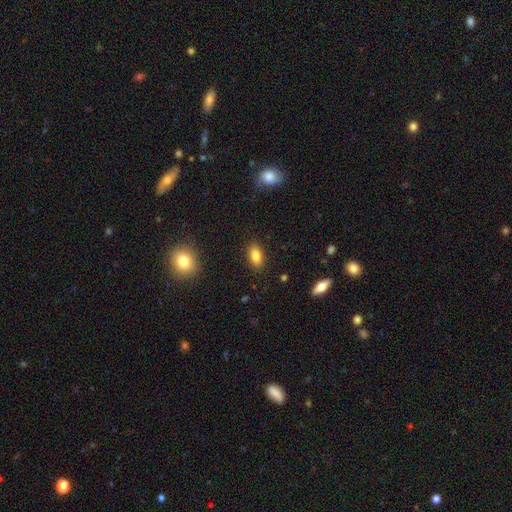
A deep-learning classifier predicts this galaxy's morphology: Smooth or featured: smooth — 83% (star or artifact — 9%)
How rounded: in between — 89% (round — 7%)
Merging: none — 88% (minor disturbance — 8%)